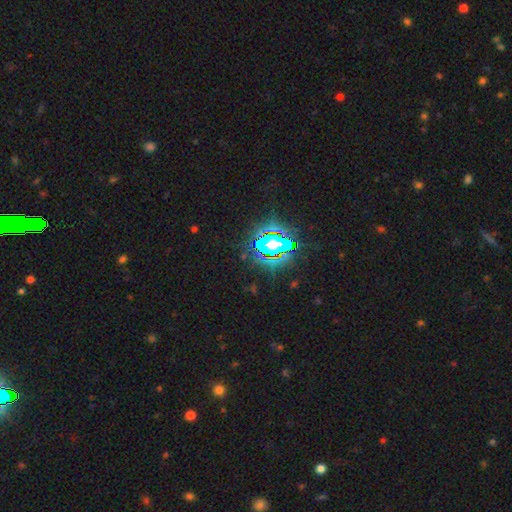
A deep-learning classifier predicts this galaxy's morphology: smooth-or-featured: star or artifact: 84% | smooth: 9% | featured or disk: 6%